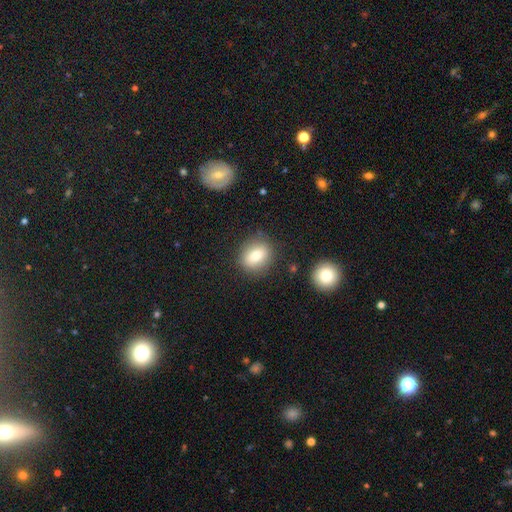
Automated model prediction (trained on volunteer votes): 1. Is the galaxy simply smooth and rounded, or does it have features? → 77% smooth, 13% featured or disk, 10% star or artifact.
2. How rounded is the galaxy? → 53% round, 45% in between, 2% cigar-shaped.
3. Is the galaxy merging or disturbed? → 82% none, 11% minor disturbance, 4% major disturbance, 3% merger.